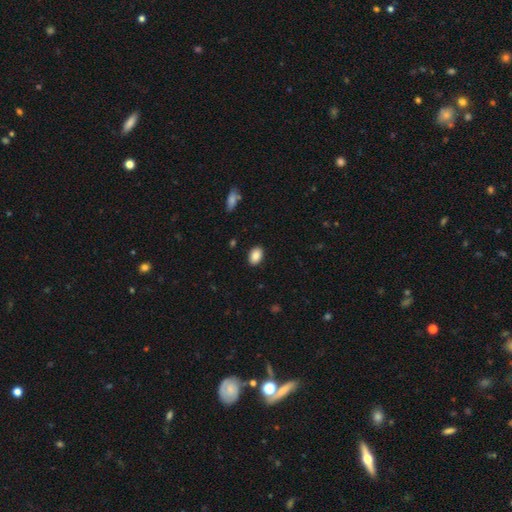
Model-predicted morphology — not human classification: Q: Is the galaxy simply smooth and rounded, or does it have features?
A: smooth — 87%.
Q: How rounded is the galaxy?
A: in between — 86%.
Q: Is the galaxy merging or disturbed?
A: none — 89%.